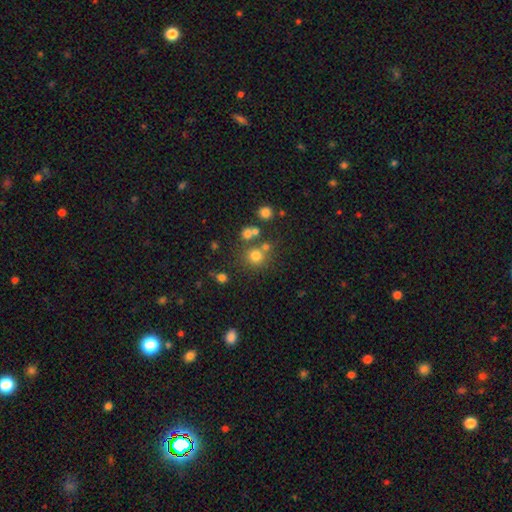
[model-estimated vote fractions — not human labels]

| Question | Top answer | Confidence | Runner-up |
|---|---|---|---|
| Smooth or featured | smooth | 73% | star or artifact (18%) |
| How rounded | round | 90% | in between (9%) |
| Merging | none | 69% | merger (17%) |